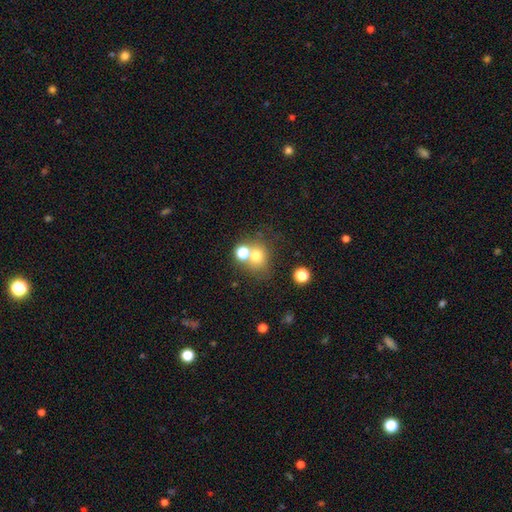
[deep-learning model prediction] Smooth or featured? smooth (70%)
How rounded? round (77%)
Merging? none (56%)